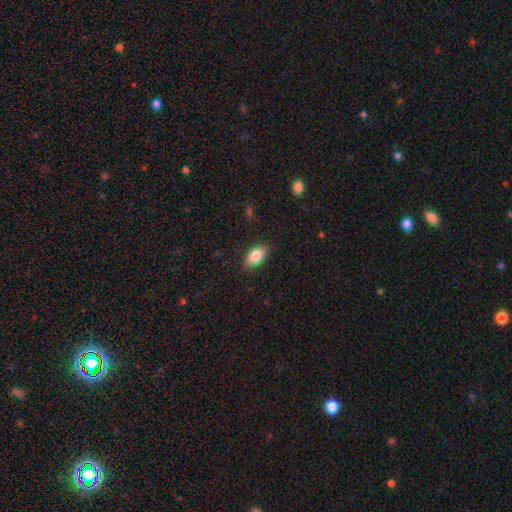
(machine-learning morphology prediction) Smooth or featured?
  - smooth: 85% *
  - featured or disk: 7%
  - star or artifact: 7%
How rounded?
  - in between: 91% *
  - round: 5%
  - cigar-shaped: 3%
Merging?
  - none: 84% *
  - minor disturbance: 12%
  - major disturbance: 3%
  - merger: 1%